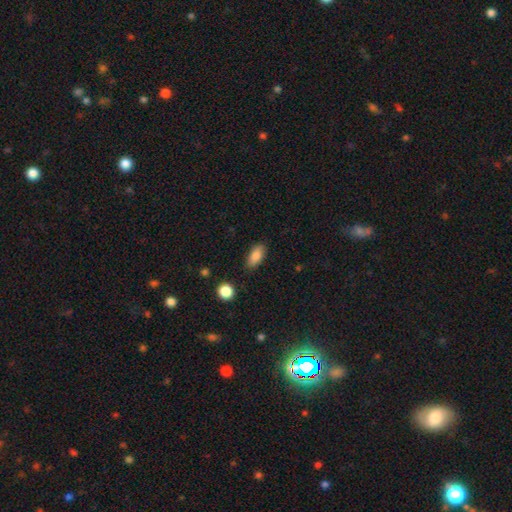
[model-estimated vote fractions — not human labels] Smooth or featured? smooth (85%)
How rounded? in between (87%)
Merging? none (84%)